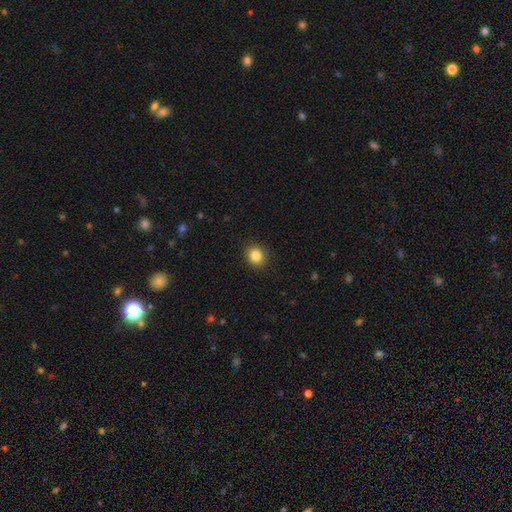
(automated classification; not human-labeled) A smooth galaxy with no disk features (84%) that is round (75%).

Vote fractions:
- Smooth or featured? smooth: 84% / star or artifact: 10% / featured or disk: 5%
- How rounded? round: 75% / in between: 24% / cigar-shaped: 1%
- Merging? none: 91% / minor disturbance: 6% / major disturbance: 2% / merger: 1%